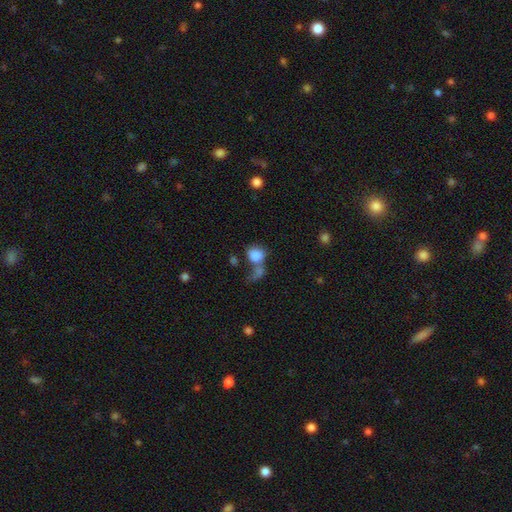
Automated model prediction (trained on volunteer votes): Morphology: type=smooth (83%); roundness=round (65%); merging=merger (44%).